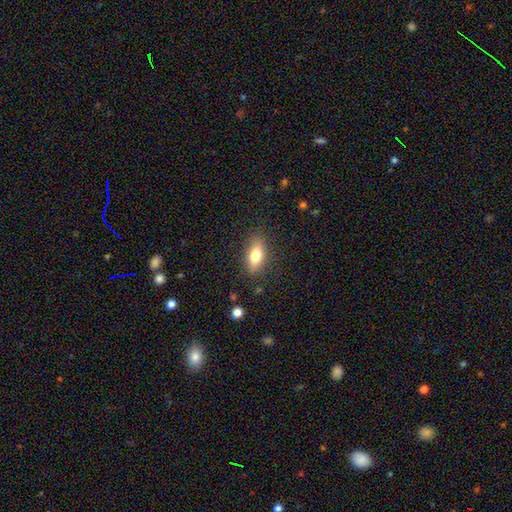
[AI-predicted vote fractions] smooth-or-featured: smooth: 74% | featured or disk: 18% | star or artifact: 8%
  how-rounded: in between: 78% | cigar-shaped: 17% | round: 5%
  merging: none: 83% | minor disturbance: 12% | major disturbance: 3% | merger: 1%